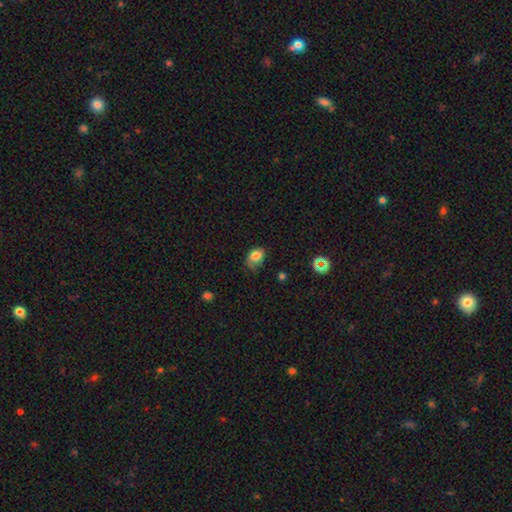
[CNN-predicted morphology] This appears to be a smooth galaxy with no disk features (79%) that is in between round and cigar-shaped (71%). Merging: none (50%).